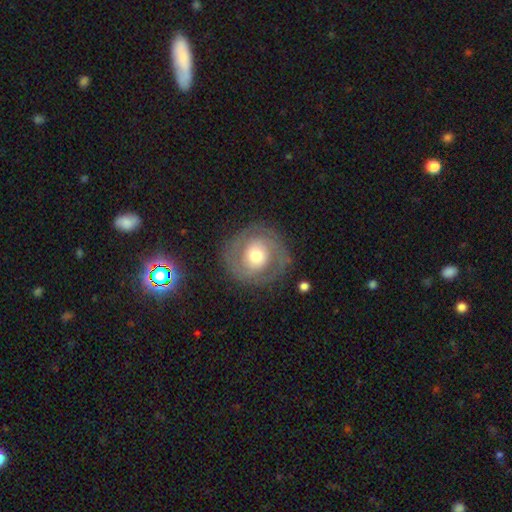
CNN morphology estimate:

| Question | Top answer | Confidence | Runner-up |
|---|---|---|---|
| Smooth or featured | featured or disk | 71% | smooth (22%) |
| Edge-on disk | no | 97% | yes (3%) |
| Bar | no | 69% | weak (24%) |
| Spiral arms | yes | 84% | no (16%) |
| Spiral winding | tight | 55% | medium (34%) |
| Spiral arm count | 2 | 71% | can't tell (14%) |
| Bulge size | moderate | 65% | large (21%) |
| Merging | none | 81% | minor disturbance (11%) |